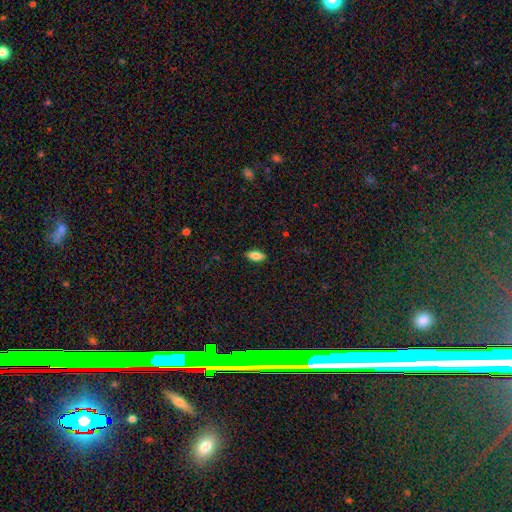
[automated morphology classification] This appears to be a smooth galaxy with no disk features (83%) that is in between round and cigar-shaped (86%). Merging: none (88%).